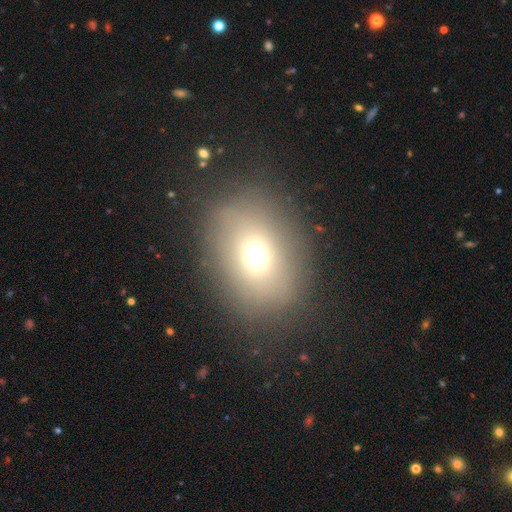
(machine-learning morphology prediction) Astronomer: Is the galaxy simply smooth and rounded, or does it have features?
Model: smooth — 67%.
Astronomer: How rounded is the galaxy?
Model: in between — 55% (runner-up: round, 44%).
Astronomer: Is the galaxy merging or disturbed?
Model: none — 76%.